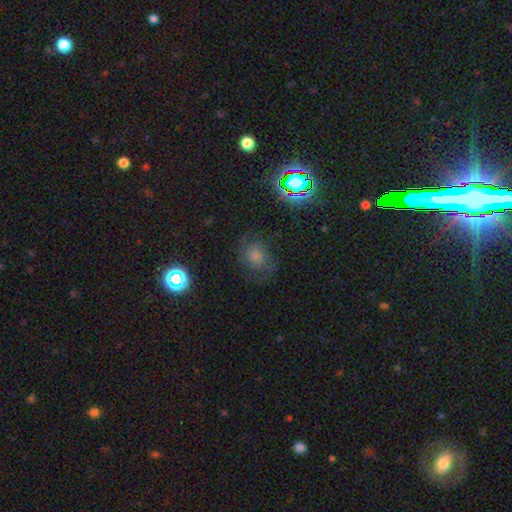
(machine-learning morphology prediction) Smooth or featured: featured or disk — 41% (smooth — 32%)
Merging: none — 72% (minor disturbance — 17%)